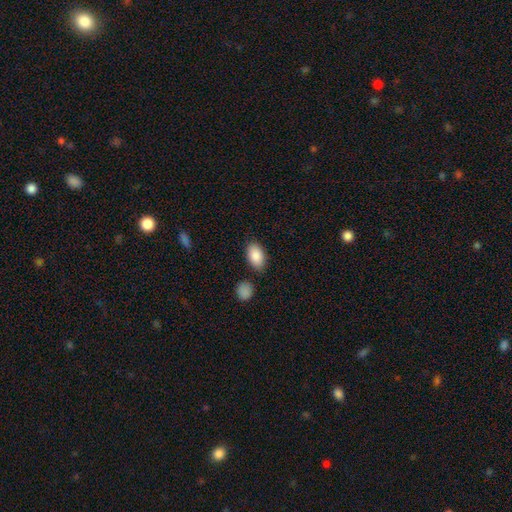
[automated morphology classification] Smooth or featured: smooth — 88% (star or artifact — 6%)
How rounded: in between — 92% (round — 6%)
Merging: none — 80% (minor disturbance — 12%)